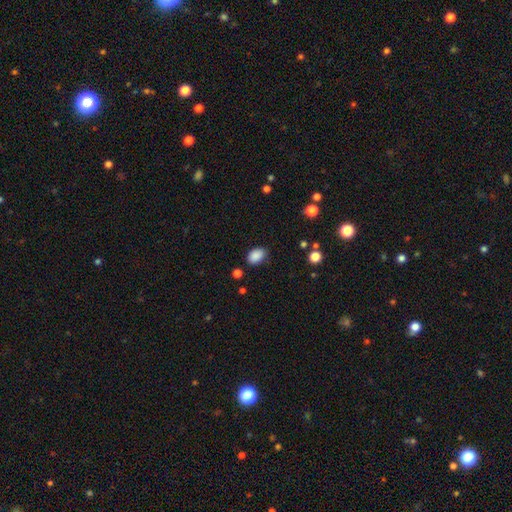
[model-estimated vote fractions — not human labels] A smooth galaxy with no disk features (88%) that is in between round and cigar-shaped (85%). Merging: none (80%).